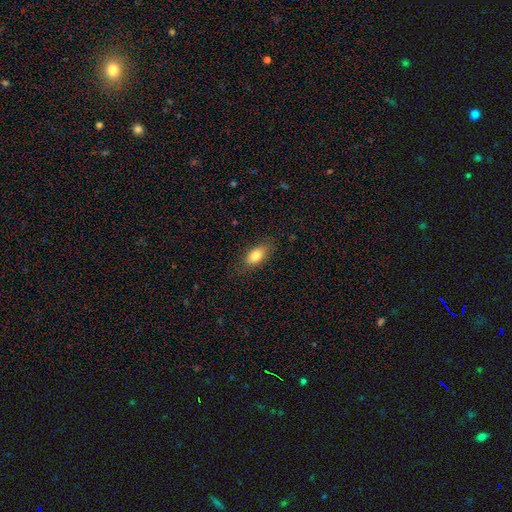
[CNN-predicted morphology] The model was most divided on "smooth or featured": smooth: 79%, featured or disk: 13%, star or artifact: 8%. More confident: how rounded — in between (86%); merging — none (81%).